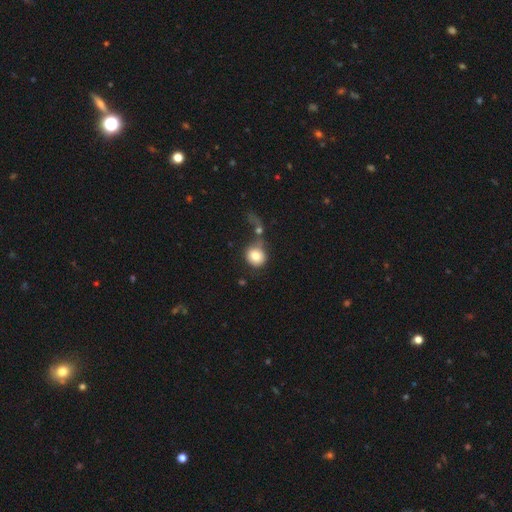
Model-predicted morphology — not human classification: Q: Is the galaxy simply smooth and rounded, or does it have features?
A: smooth — 78%.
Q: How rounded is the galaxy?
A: round — 85%.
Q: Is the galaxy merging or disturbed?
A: none — 36%.